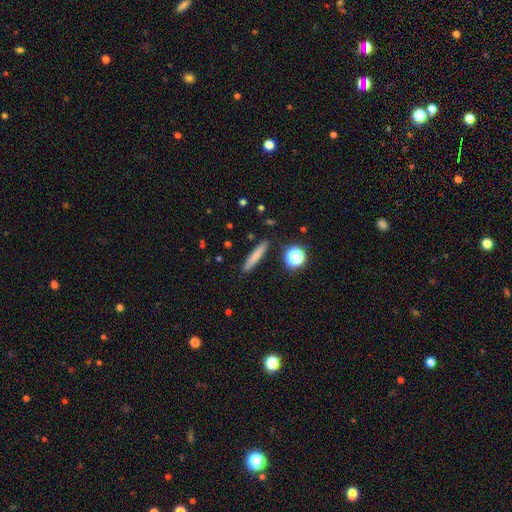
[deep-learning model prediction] smooth_or_featured: smooth (p=0.74) [alt: featured or disk p=0.16]
how_rounded: cigar-shaped (p=0.91) [alt: in between p=0.06]
merging: none (p=0.88) [alt: minor disturbance p=0.08]